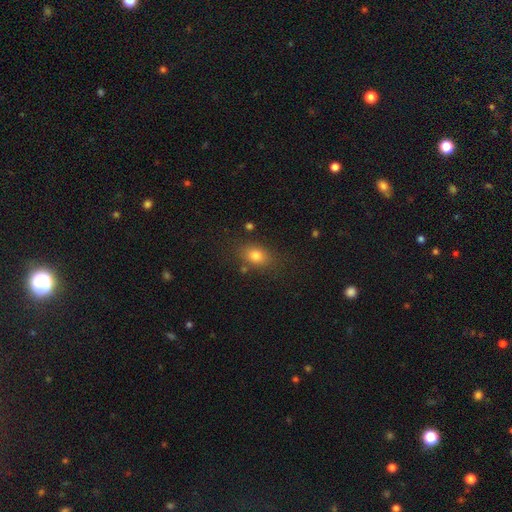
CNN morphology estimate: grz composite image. It shows a smooth galaxy with no disk features (79%) that is in between round and cigar-shaped (71%). Merging: none (77%).